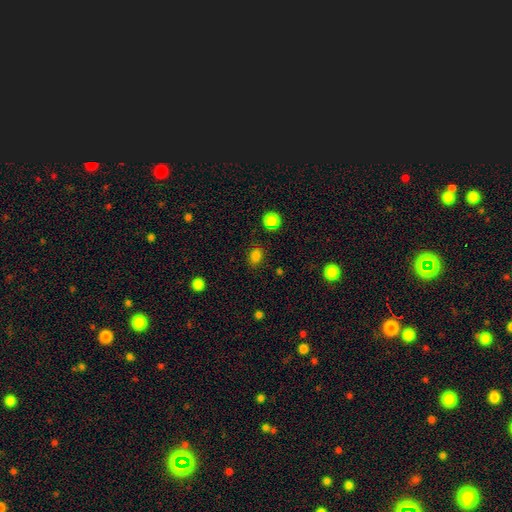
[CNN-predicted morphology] smooth_or_featured: smooth (p=0.82) [alt: star or artifact p=0.13]
how_rounded: in between (p=0.65) [alt: round p=0.34]
merging: none (p=0.84) [alt: minor disturbance p=0.11]